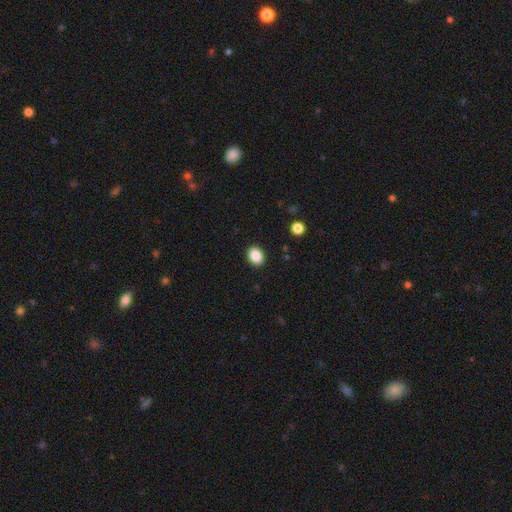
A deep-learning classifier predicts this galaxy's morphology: This appears to be a smooth galaxy with no disk features (88%) that is in between round and cigar-shaped (58%). Merging: none (91%).